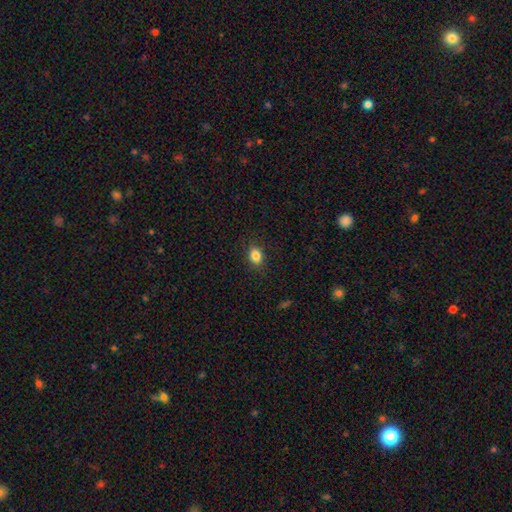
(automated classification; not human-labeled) A smooth galaxy with no disk features (84%) that is in between round and cigar-shaped (68%).

Vote fractions:
- Smooth or featured? smooth: 84% / star or artifact: 10% / featured or disk: 6%
- How rounded? in between: 68% / round: 31% / cigar-shaped: 1%
- Merging? none: 87% / minor disturbance: 10% / major disturbance: 3% / merger: 1%